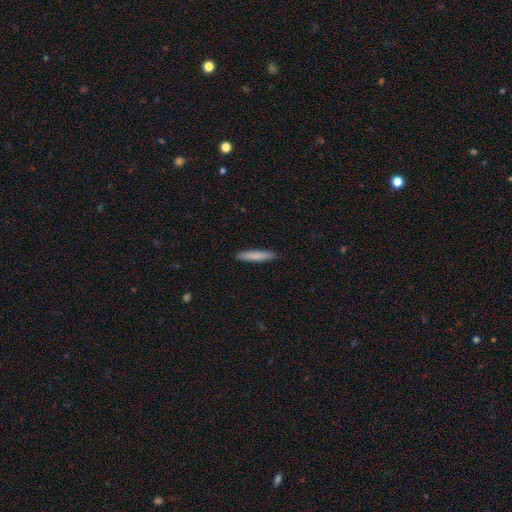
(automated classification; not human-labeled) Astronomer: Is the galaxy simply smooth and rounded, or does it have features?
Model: smooth — 82%.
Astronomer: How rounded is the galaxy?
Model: cigar-shaped — 92%.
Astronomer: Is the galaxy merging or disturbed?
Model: none — 91%.